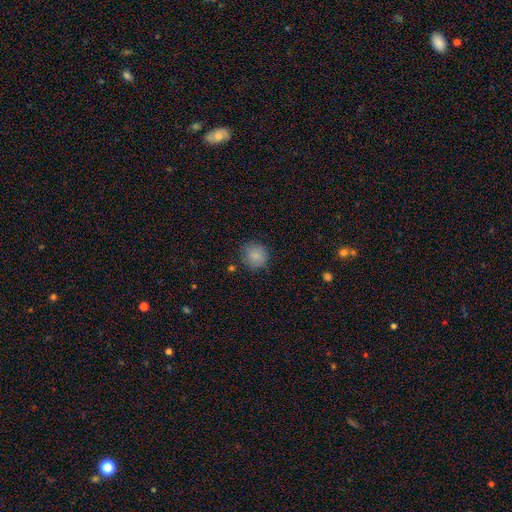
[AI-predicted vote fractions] A smooth galaxy with no disk features (86%) that is round (91%). Merging: none (83%).